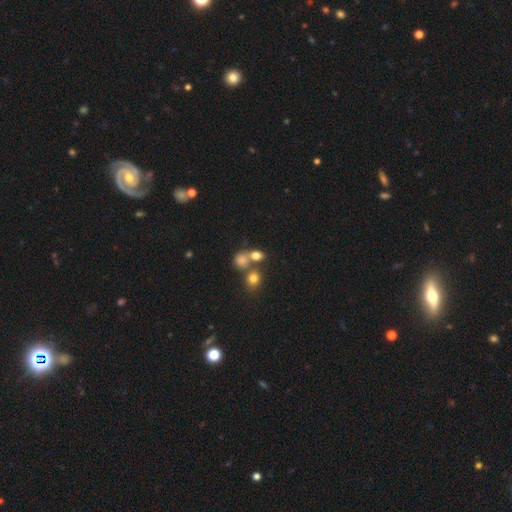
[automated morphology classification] Smooth or featured? Predicted: smooth (p=0.74). How rounded? Predicted: round (p=0.54). Merging? Predicted: none (p=0.45).